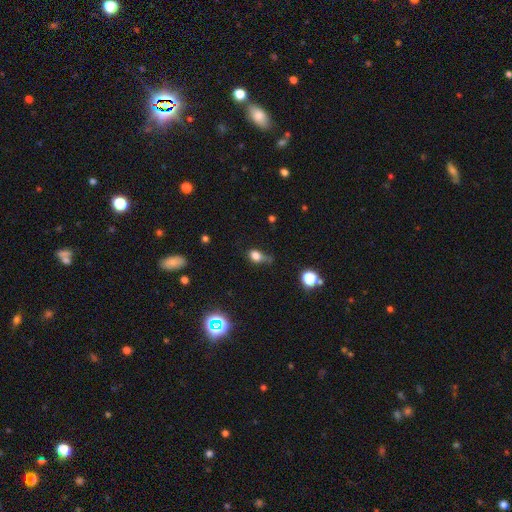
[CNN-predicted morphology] smooth_or_featured: smooth (p=0.74) [alt: star or artifact p=0.15]
how_rounded: in between (p=0.60) [alt: round p=0.37]
merging: none (p=0.38) [alt: minor disturbance p=0.36]